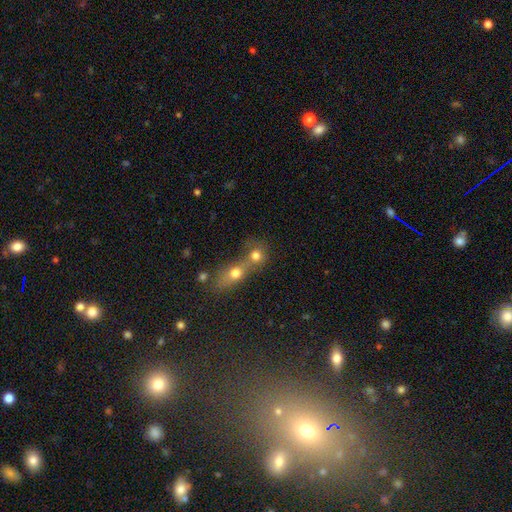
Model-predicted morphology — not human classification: This is likely a smooth galaxy (72%). How rounded: likely round (72%). Merging: likely merger (62%).